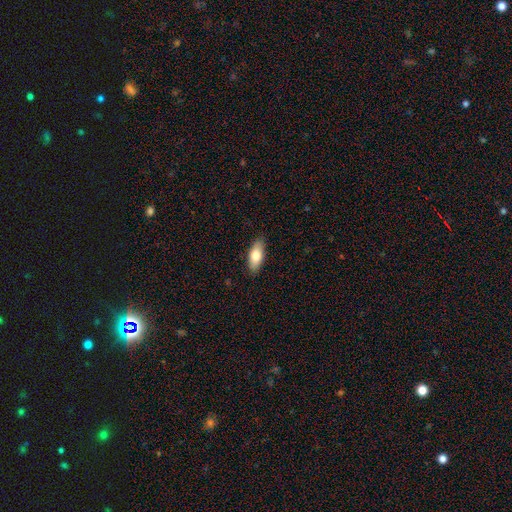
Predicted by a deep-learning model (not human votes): This is likely a smooth galaxy (78%). How rounded: likely in between (80%). Merging: clearly none (87%).